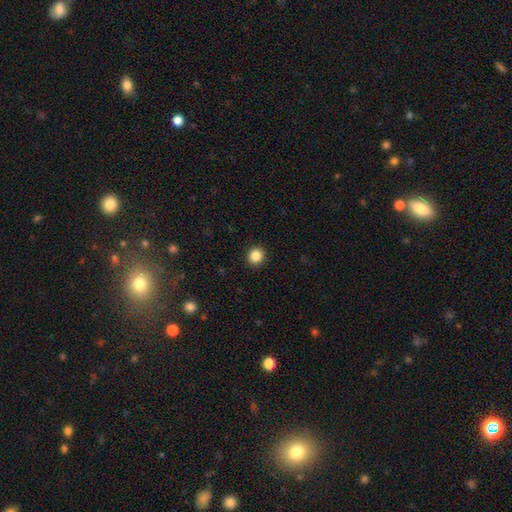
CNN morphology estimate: smooth 85%, star or artifact 11%, featured or disk 4%. Down the decision tree: how rounded — round (92%); merging — none (93%).